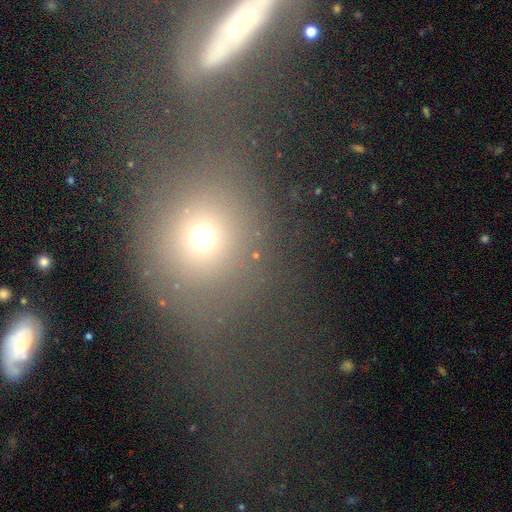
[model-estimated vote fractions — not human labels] The model was most divided on "smooth or featured": smooth: 62%, star or artifact: 26%, featured or disk: 11%. More confident: how rounded — round (73%); merging — none (71%).